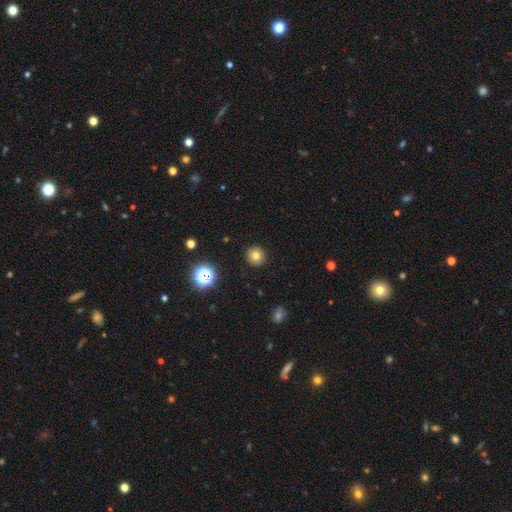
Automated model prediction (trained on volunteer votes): Smooth or featured? smooth (77%)
How rounded? round (94%)
Merging? none (92%)